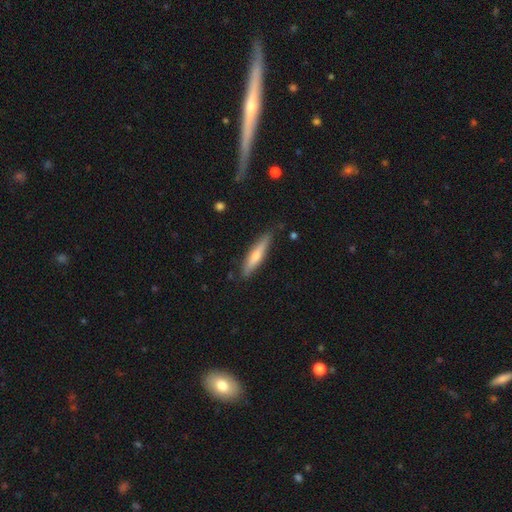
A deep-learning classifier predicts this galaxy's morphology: Smooth or featured?
  - smooth: 54% *
  - featured or disk: 41%
  - star or artifact: 6%
How rounded?
  - cigar-shaped: 86% *
  - in between: 13%
  - round: 2%
Merging?
  - none: 84% *
  - minor disturbance: 12%
  - major disturbance: 2%
  - merger: 2%